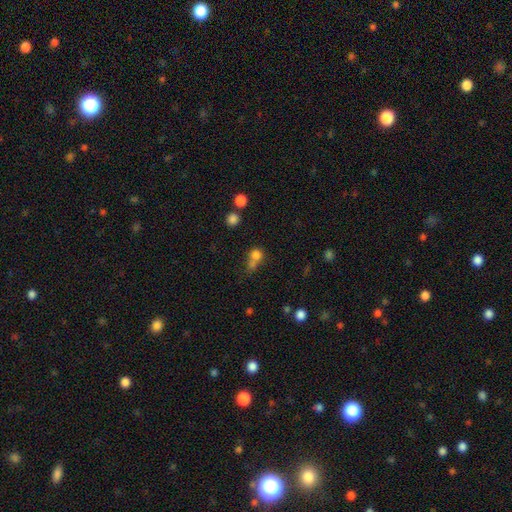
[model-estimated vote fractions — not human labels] This appears to be a smooth galaxy with no disk features (75%) that is round (80%). Merging: merger (46%).